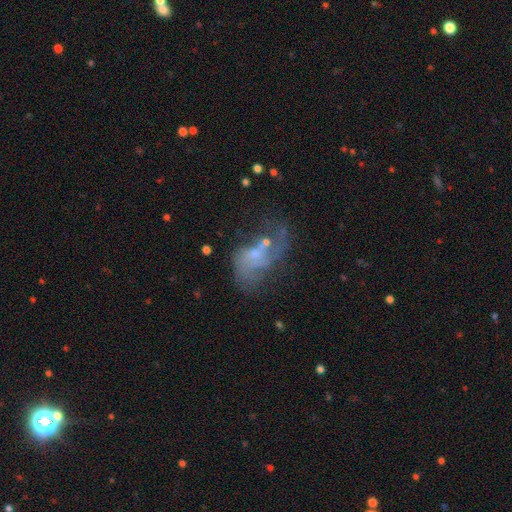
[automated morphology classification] This appears to be a featured or disk galaxy (61%) with no bar (74%), spiral arms (51%) and a small central bulge (51%). Merging: major disturbance (35%).